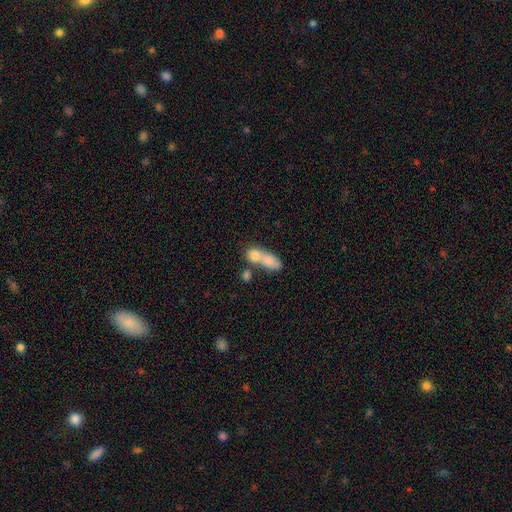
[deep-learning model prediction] Overall: smooth (76%). How rounded: in between (56%; round 32%). Merging: merger (66%).